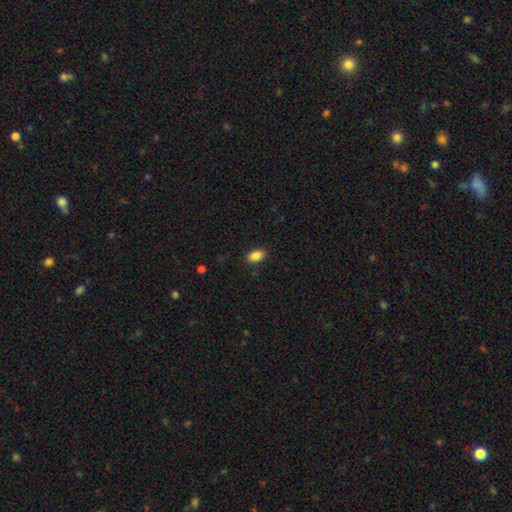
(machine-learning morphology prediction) A smooth galaxy with no disk features (87%) that is in between round and cigar-shaped (90%).

Vote fractions:
- Smooth or featured? smooth: 87% / star or artifact: 8% / featured or disk: 4%
- How rounded? in between: 90% / round: 8% / cigar-shaped: 2%
- Merging? none: 89% / minor disturbance: 8% / major disturbance: 2% / merger: 1%